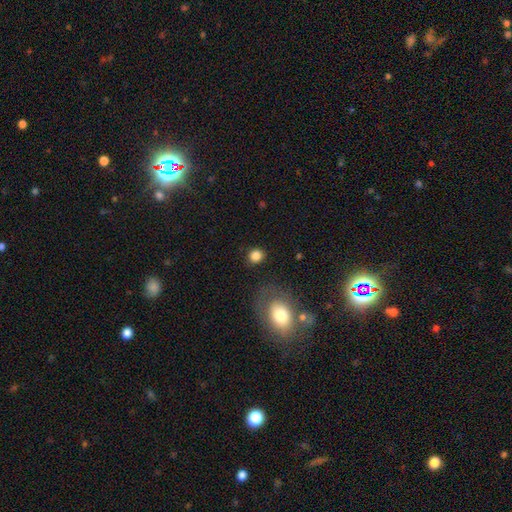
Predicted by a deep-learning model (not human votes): Smooth or featured? smooth (85%)
How rounded? round (78%)
Merging? none (86%)